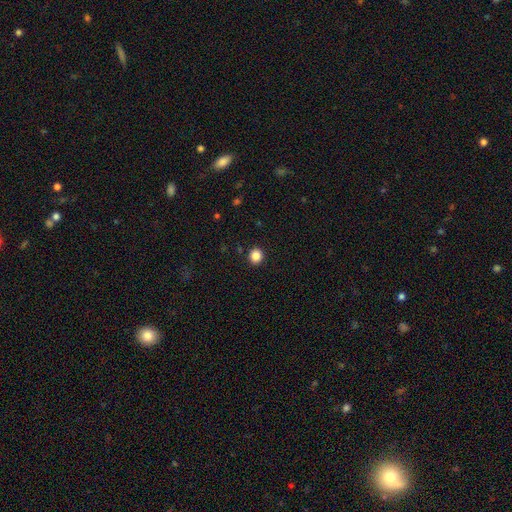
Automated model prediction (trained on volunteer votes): Smooth or featured?
  - smooth: 86% *
  - star or artifact: 11%
  - featured or disk: 3%
How rounded?
  - round: 85% *
  - in between: 14%
  - cigar-shaped: 1%
Merging?
  - none: 92% *
  - minor disturbance: 5%
  - major disturbance: 2%
  - merger: 1%